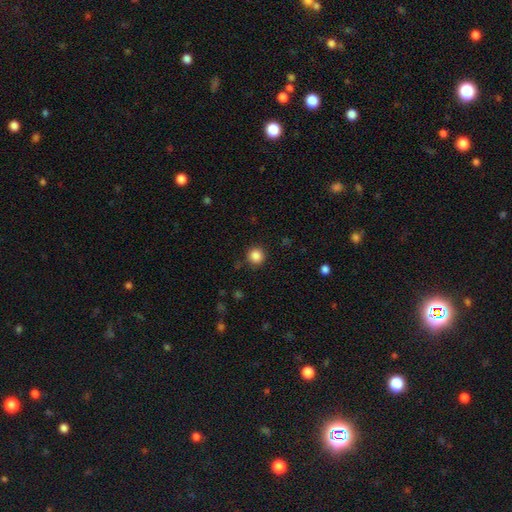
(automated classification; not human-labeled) Smooth or featured? Predicted: smooth (p=0.86). How rounded? Predicted: round (p=0.94). Merging? Predicted: none (p=0.90).